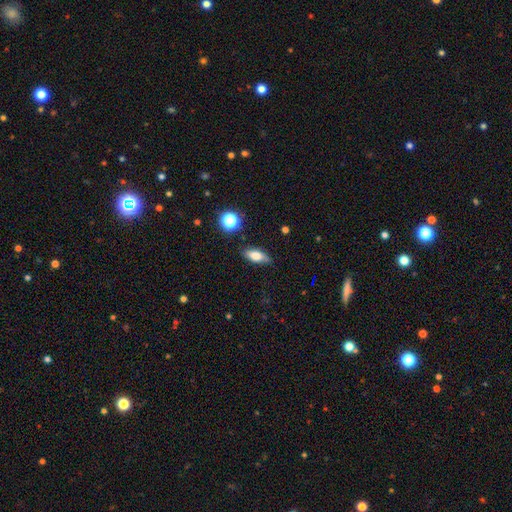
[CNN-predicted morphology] smooth 72%, featured or disk 18%, star or artifact 9%. Down the decision tree: how rounded — in between (74%); merging — none (77%).